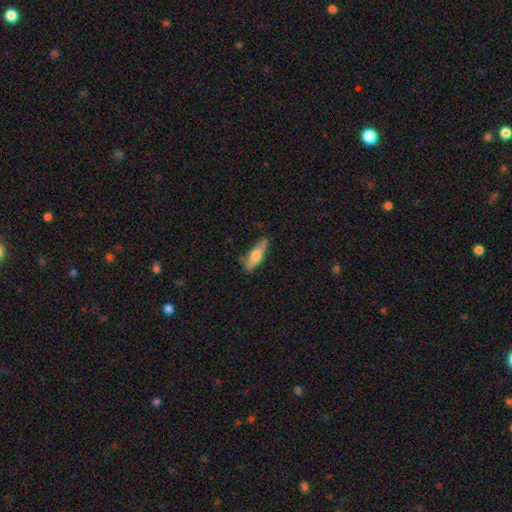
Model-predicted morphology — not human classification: A smooth galaxy with no disk features (63%) that is cigar-shaped (54%). Merging: none (76%).